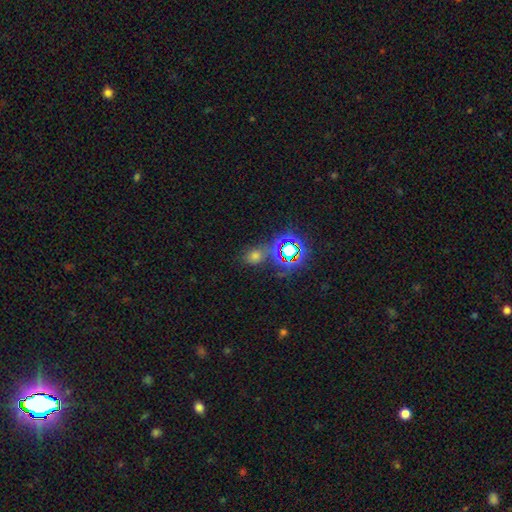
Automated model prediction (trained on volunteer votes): star or artifact 50%, smooth 41%, featured or disk 9%.